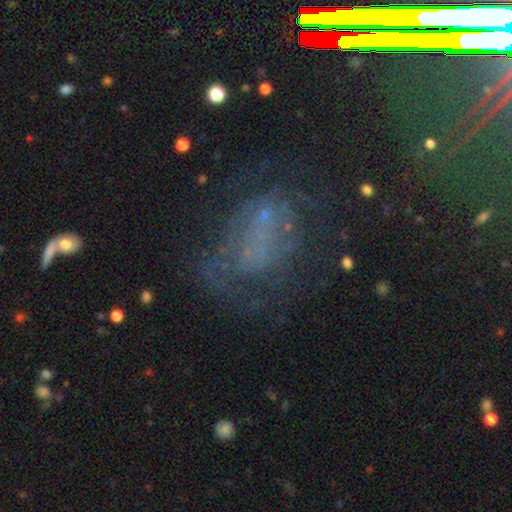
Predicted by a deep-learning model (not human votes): This appears to be a featured or disk galaxy (52%) with no bar (82%), no spiral arms (62%) and no central bulge (60%). Merging: none (46%).